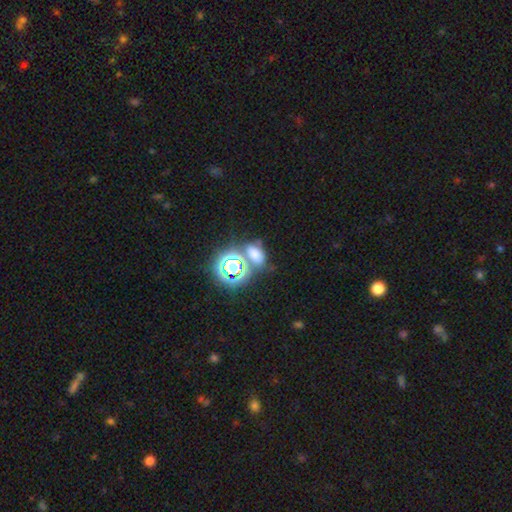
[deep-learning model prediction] This is possibly a smooth galaxy (56%). How rounded: likely in between (77%). Merging: possibly none (54%).